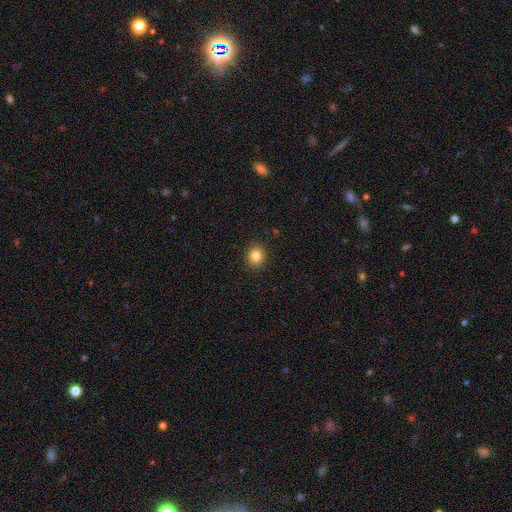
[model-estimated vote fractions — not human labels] The model was most divided on "how rounded": round: 77%, in between: 22%, cigar-shaped: 1%. More confident: merging — none (91%); smooth or featured — smooth (83%).